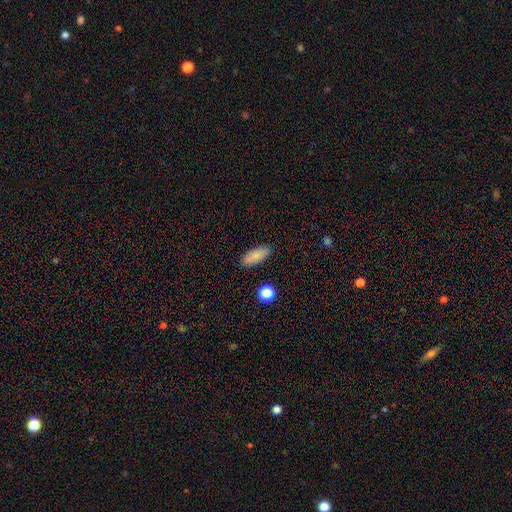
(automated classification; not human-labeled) Smooth or featured?
  - smooth: 83% *
  - featured or disk: 9%
  - star or artifact: 8%
How rounded?
  - in between: 82% *
  - cigar-shaped: 16%
  - round: 3%
Merging?
  - none: 87% *
  - minor disturbance: 9%
  - major disturbance: 2%
  - merger: 2%